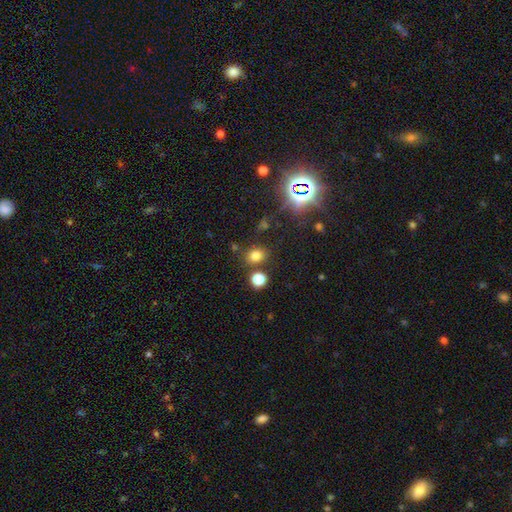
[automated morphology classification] Overall: smooth (74%). How rounded: round (58%; in between 41%). Merging: none (78%).